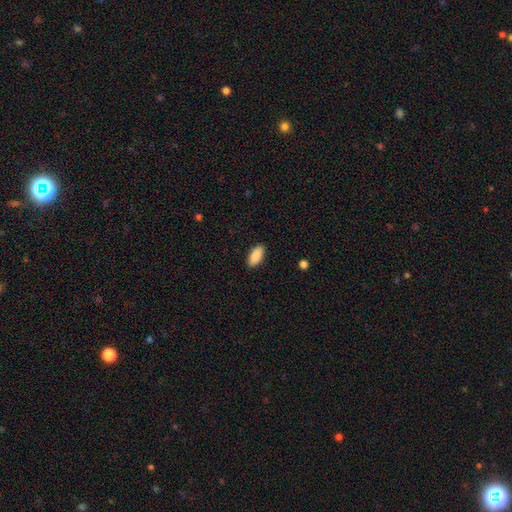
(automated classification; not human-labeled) smooth_or_featured: smooth (p=0.89) [alt: star or artifact p=0.06]
how_rounded: in between (p=0.88) [alt: cigar-shaped p=0.10]
merging: none (p=0.88) [alt: minor disturbance p=0.09]